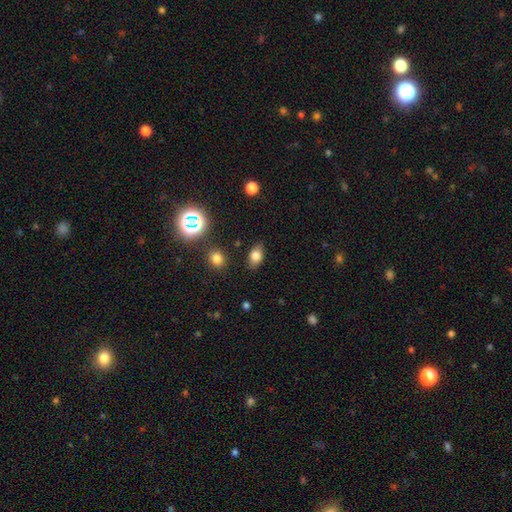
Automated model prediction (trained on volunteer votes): smooth-or-featured: smooth: 77% | star or artifact: 13% | featured or disk: 11%
  how-rounded: in between: 83% | round: 14% | cigar-shaped: 2%
  merging: none: 83% | minor disturbance: 12% | major disturbance: 3% | merger: 2%